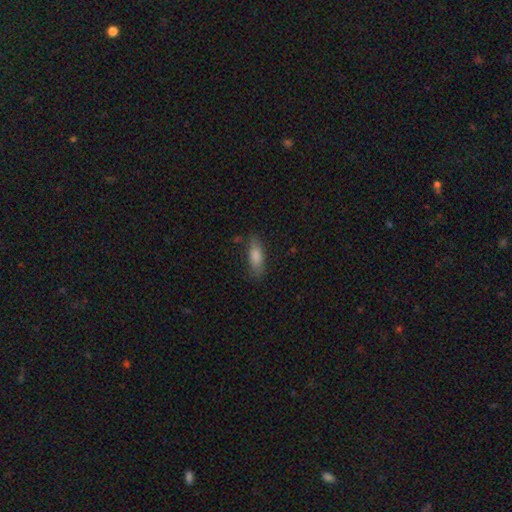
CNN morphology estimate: Q: Smooth or featured?
A: smooth (77%); runner-up: featured or disk (15%)
Q: How rounded?
A: in between (55%); runner-up: cigar-shaped (43%)
Q: Merging?
A: none (78%); runner-up: minor disturbance (16%)